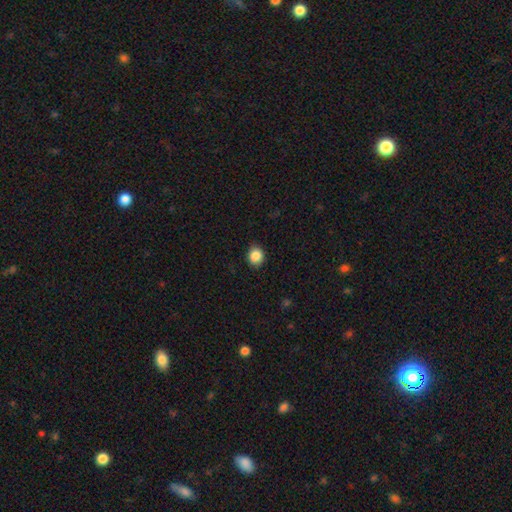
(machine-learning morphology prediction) Smooth or featured? Predicted: smooth (p=0.87). How rounded? Predicted: round (p=0.65). Merging? Predicted: none (p=0.86).